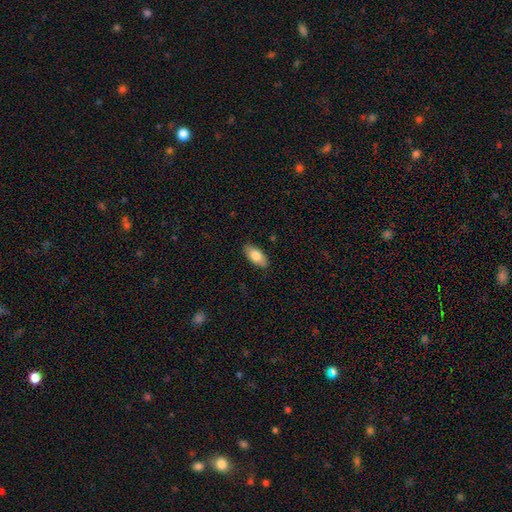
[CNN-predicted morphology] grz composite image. It shows a smooth galaxy with no disk features (81%) that is in between round and cigar-shaped (90%). Merging: none (88%).